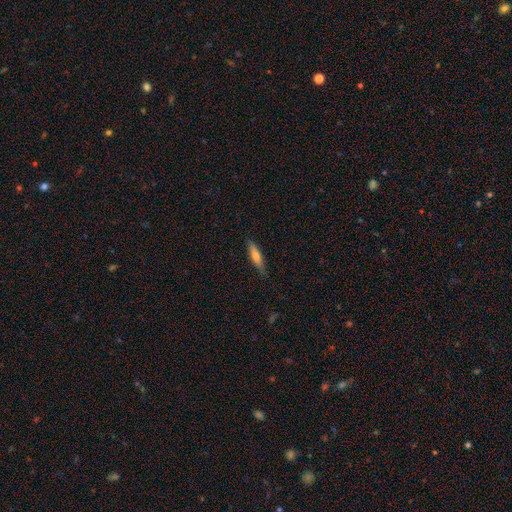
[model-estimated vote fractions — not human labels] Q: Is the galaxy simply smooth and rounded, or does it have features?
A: smooth — 58%.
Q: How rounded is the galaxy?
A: cigar-shaped — 78%.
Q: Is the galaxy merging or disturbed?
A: none — 85%.